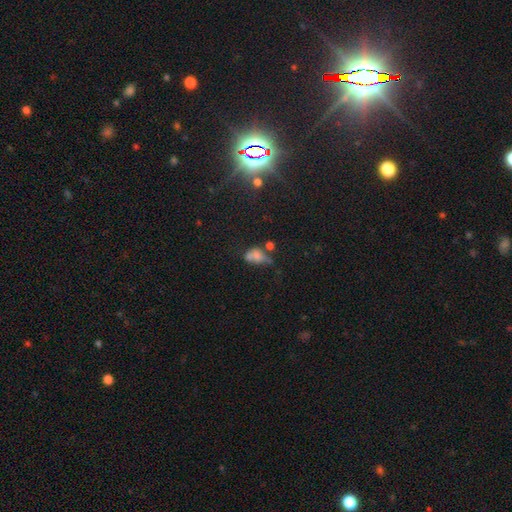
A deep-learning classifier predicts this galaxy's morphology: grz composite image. It shows a smooth galaxy with no disk features (61%) that is in between round and cigar-shaped (76%). Merging: merger (33%).